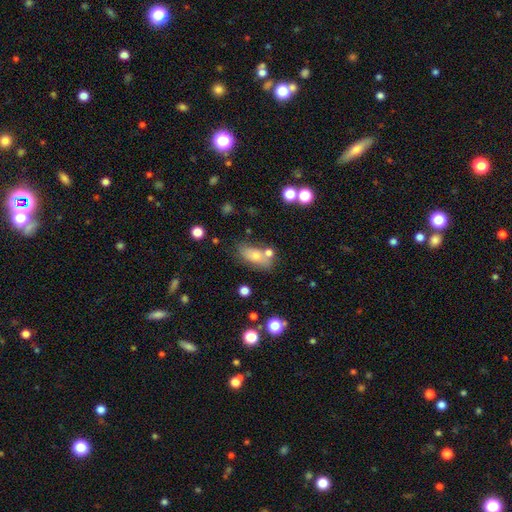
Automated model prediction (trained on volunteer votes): The model was most divided on "merging": none: 57%, merger: 19%, minor disturbance: 18%, major disturbance: 7%. More confident: how rounded — in between (82%); smooth or featured — smooth (72%).